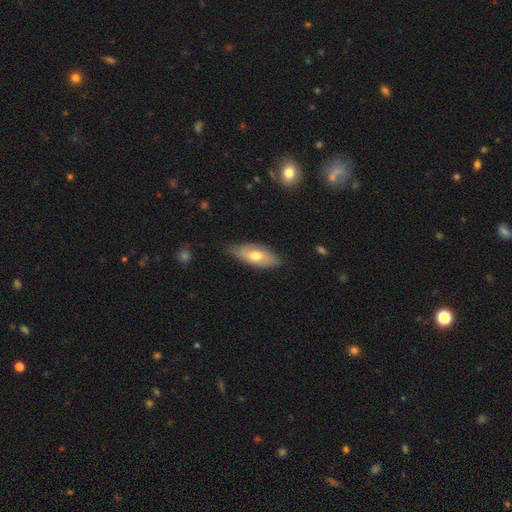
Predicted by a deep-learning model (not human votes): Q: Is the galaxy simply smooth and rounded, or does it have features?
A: smooth — 58%.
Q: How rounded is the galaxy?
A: in between — 83%.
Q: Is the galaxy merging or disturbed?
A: none — 78%.